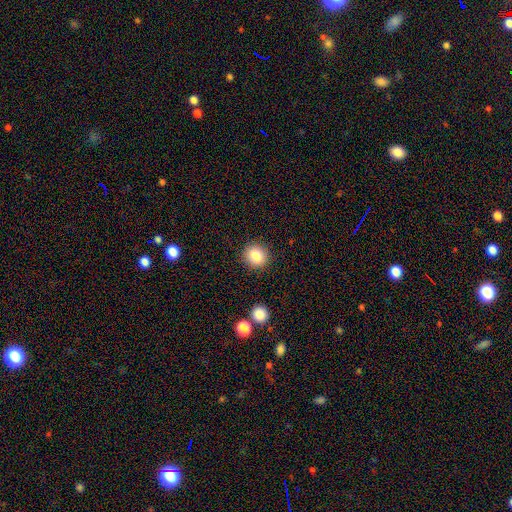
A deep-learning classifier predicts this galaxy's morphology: Smooth or featured? Predicted: smooth (p=0.84). How rounded? Predicted: round (p=0.89). Merging? Predicted: none (p=0.89).